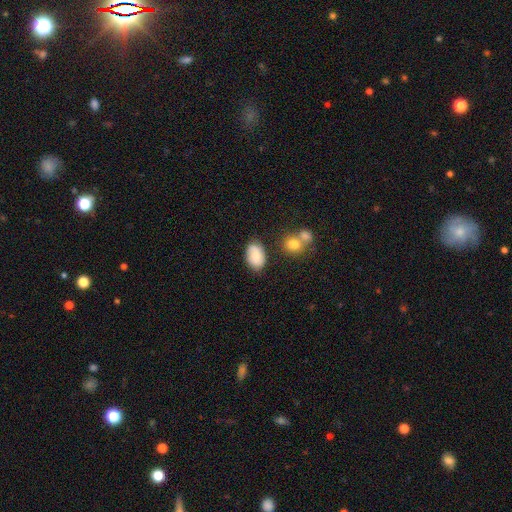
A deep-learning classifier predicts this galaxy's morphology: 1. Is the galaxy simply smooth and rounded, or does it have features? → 70% smooth, 22% featured or disk, 8% star or artifact.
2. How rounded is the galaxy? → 87% in between, 12% round, 1% cigar-shaped.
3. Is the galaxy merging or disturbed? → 73% none, 17% minor disturbance, 6% merger, 4% major disturbance.